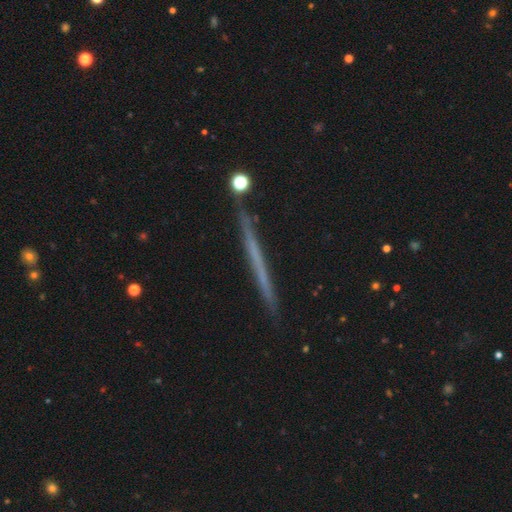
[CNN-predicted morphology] The model was most divided on "smooth or featured": featured or disk: 55%, smooth: 38%, star or artifact: 7%. More confident: edge-on disk — yes (97%); edge-on bulge — none (94%); merging — none (89%).